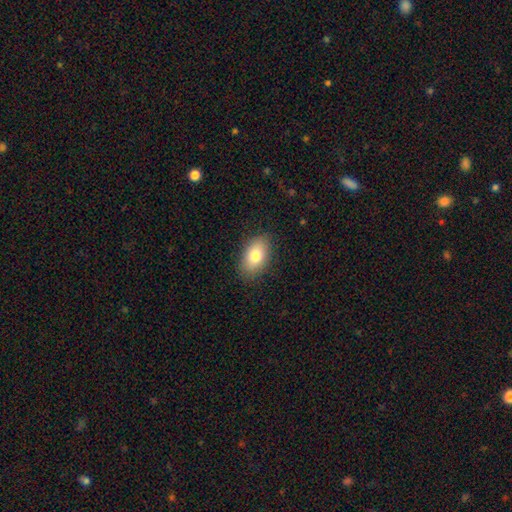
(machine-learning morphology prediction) type=smooth (79%); roundness=in between (90%); merging=none (86%).